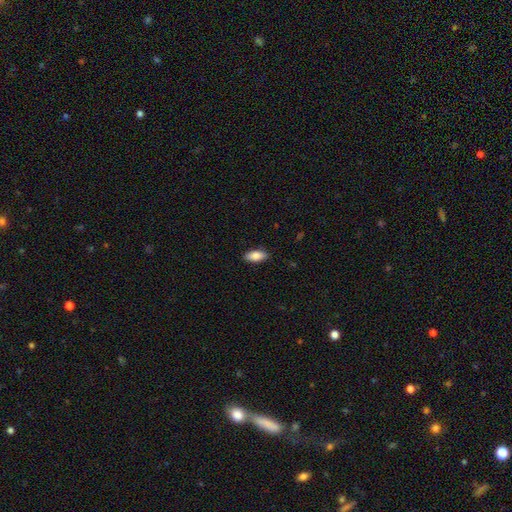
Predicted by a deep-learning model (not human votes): Morphology: type=smooth (86%); roundness=in between (88%); merging=none (88%).